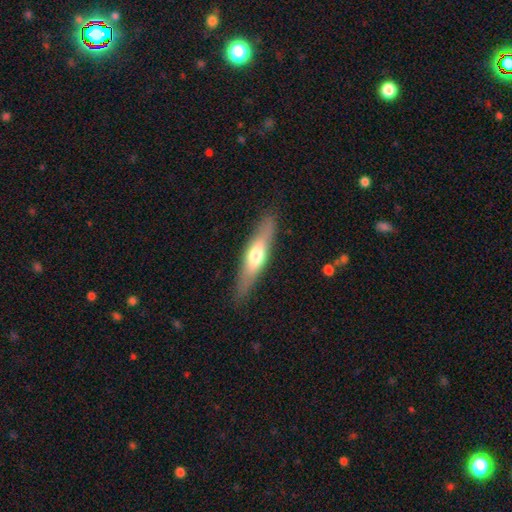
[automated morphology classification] Smooth or featured: smooth — 50% (featured or disk — 45%)
Merging: none — 86% (minor disturbance — 10%)